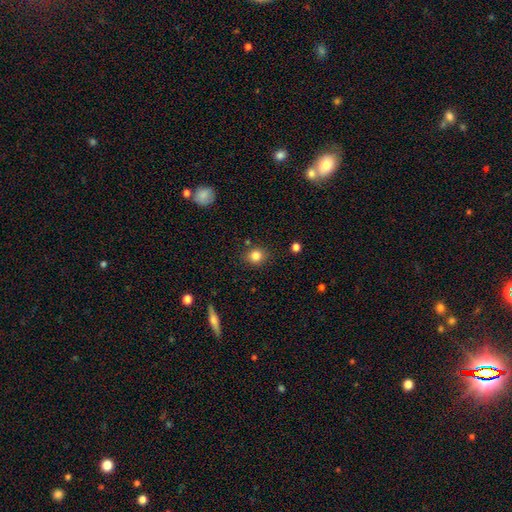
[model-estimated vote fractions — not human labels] The model was most divided on "how rounded": round: 77%, in between: 22%, cigar-shaped: 1%. More confident: merging — none (85%); smooth or featured — smooth (83%).